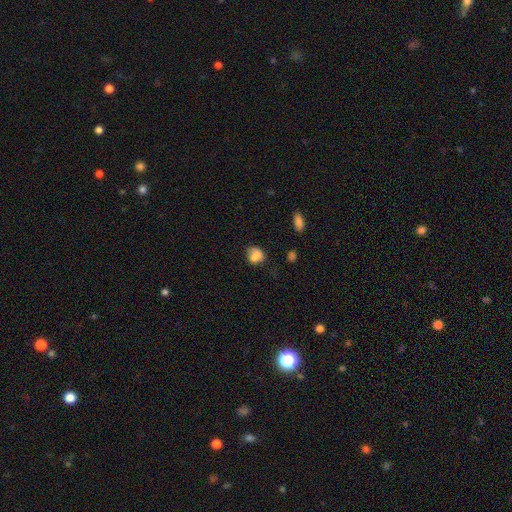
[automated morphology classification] Smooth or featured?
  - smooth: 75% *
  - featured or disk: 14%
  - star or artifact: 11%
How rounded?
  - round: 50% *
  - in between: 48%
  - cigar-shaped: 1%
Merging?
  - none: 41% *
  - minor disturbance: 25%
  - merger: 21%
  - major disturbance: 13%